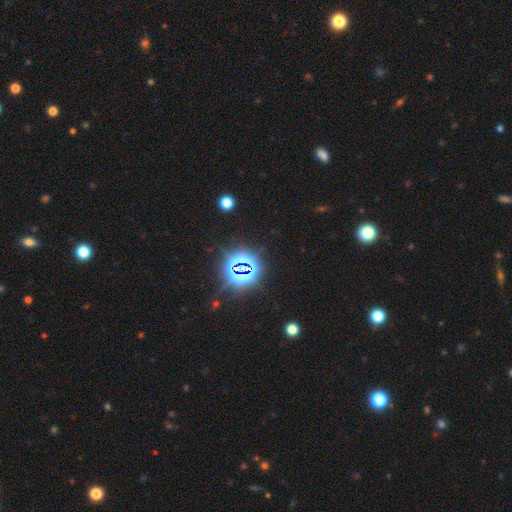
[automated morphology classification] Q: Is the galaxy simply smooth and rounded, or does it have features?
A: star or artifact — 82%.